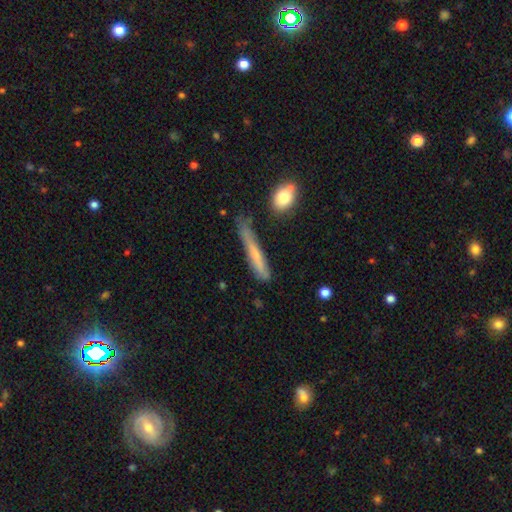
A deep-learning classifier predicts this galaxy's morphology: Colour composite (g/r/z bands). It shows a smooth galaxy with no disk features (60%) that is cigar-shaped (92%). Merging: none (57%).